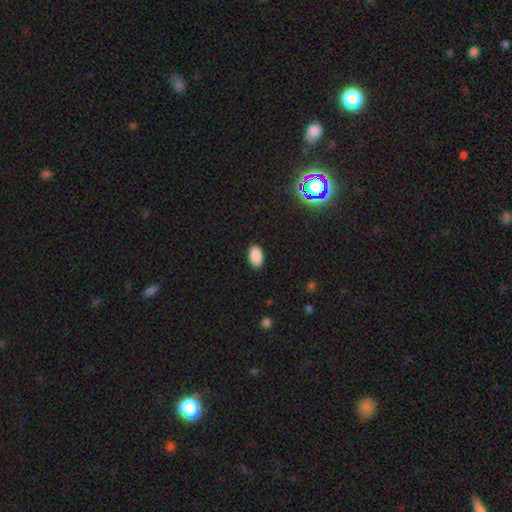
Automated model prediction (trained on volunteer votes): smooth-or-featured: smooth: 89% | star or artifact: 8% | featured or disk: 3%
  how-rounded: in between: 92% | round: 7% | cigar-shaped: 1%
  merging: none: 88% | minor disturbance: 9% | major disturbance: 2% | merger: 1%